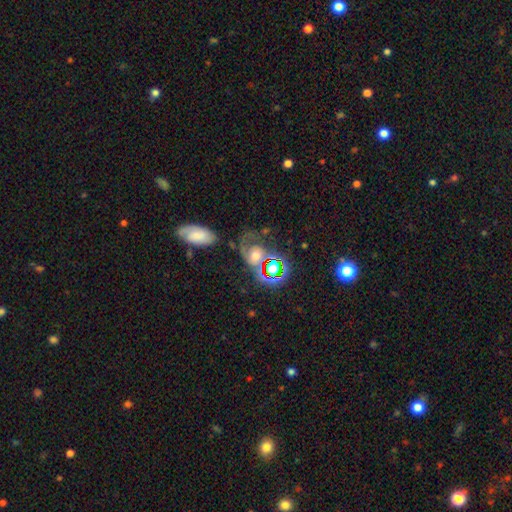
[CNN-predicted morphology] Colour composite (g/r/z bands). It shows a featured or disk galaxy (43%). Merging: none (39%).